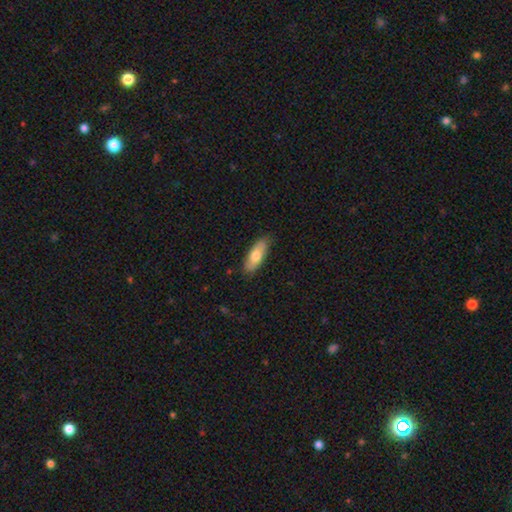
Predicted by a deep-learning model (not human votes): smooth-or-featured: smooth: 73% | featured or disk: 21% | star or artifact: 6%
  how-rounded: in between: 69% | cigar-shaped: 29% | round: 2%
  merging: none: 82% | minor disturbance: 15% | major disturbance: 2% | merger: 1%